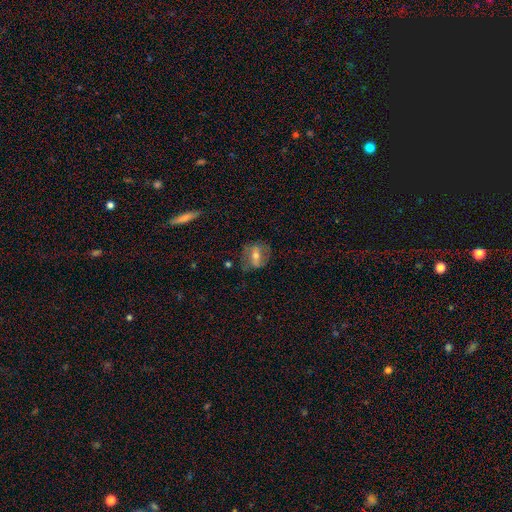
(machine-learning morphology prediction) The model was most divided on "smooth or featured": featured or disk: 55%, smooth: 37%, star or artifact: 8%. More confident: edge-on disk — no (84%); merging — none (67%).